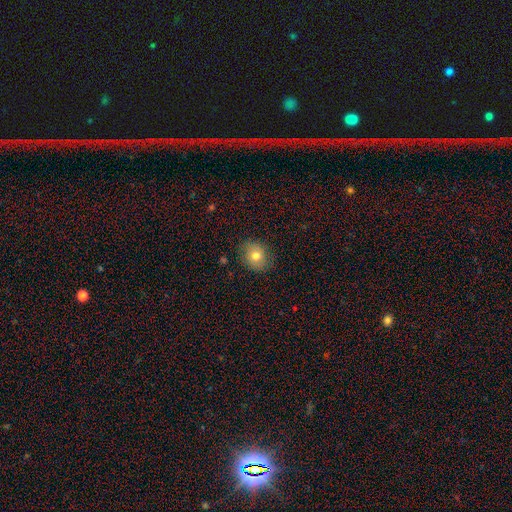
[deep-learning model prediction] Smooth or featured?
  - smooth: 75% *
  - featured or disk: 15%
  - star or artifact: 10%
How rounded?
  - round: 61% *
  - in between: 38%
  - cigar-shaped: 1%
Merging?
  - none: 83% *
  - minor disturbance: 12%
  - major disturbance: 3%
  - merger: 1%